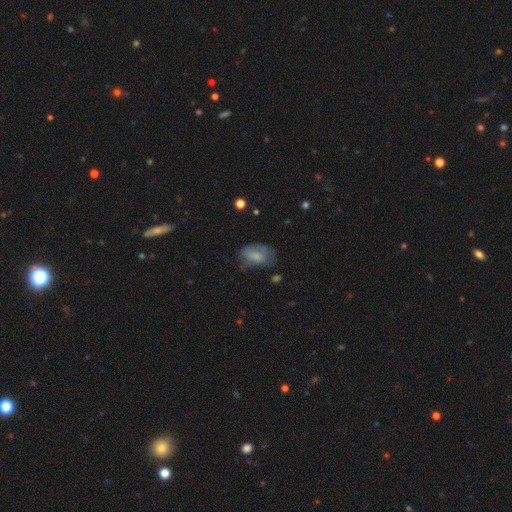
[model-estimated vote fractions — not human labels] This appears to be a smooth galaxy with no disk features (70%) that is in between round and cigar-shaped (87%). Merging: none (48%).